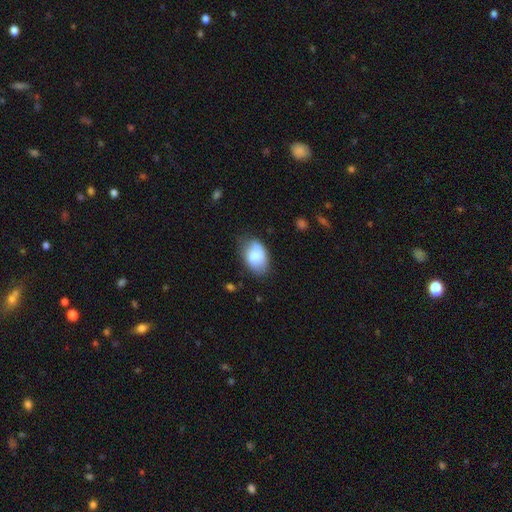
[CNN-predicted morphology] Overall: smooth (77%). How rounded: in between (88%). Merging: none (65%; minor disturbance 26%).